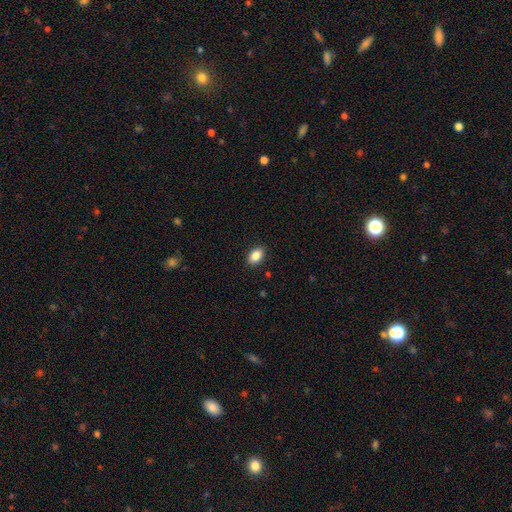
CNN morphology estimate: Q: Smooth or featured?
A: smooth (87%); runner-up: star or artifact (8%)
Q: How rounded?
A: in between (86%); runner-up: round (13%)
Q: Merging?
A: none (89%); runner-up: minor disturbance (8%)